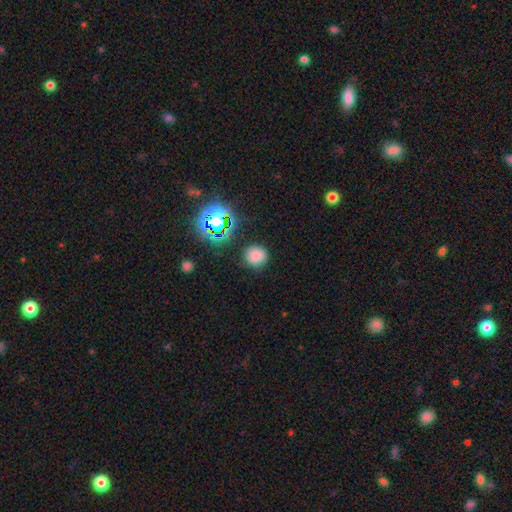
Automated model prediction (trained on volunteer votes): smooth_or_featured: smooth (p=0.74) [alt: star or artifact p=0.19]
how_rounded: round (p=0.86) [alt: in between p=0.13]
merging: none (p=0.81) [alt: minor disturbance p=0.13]